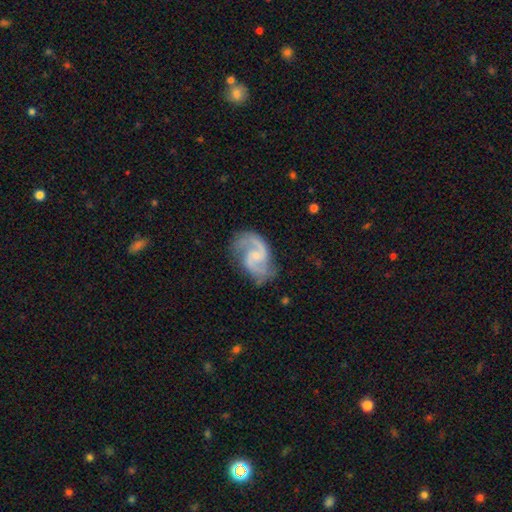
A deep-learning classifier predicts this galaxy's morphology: featured or disk 90%, smooth 6%, star or artifact 4%. Down the decision tree: edge-on disk — no (98%); bar — no (47%); spiral arms — yes (98%); spiral arm count — 2 (91%); spiral winding — medium (57%); bulge size — small (64%); merging — none (71%).